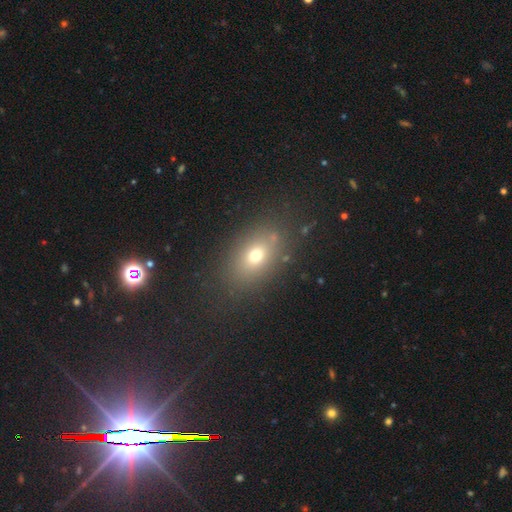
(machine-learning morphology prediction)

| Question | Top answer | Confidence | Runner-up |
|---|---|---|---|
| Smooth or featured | smooth | 68% | star or artifact (16%) |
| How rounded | in between | 72% | round (25%) |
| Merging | none | 80% | minor disturbance (11%) |